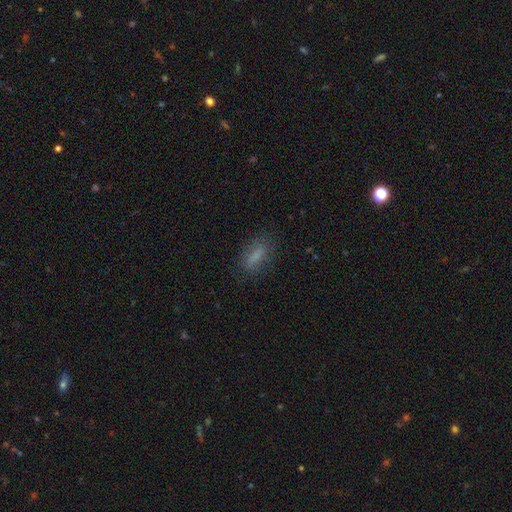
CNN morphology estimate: type=smooth (73%); roundness=in between (63%); merging=none (77%).